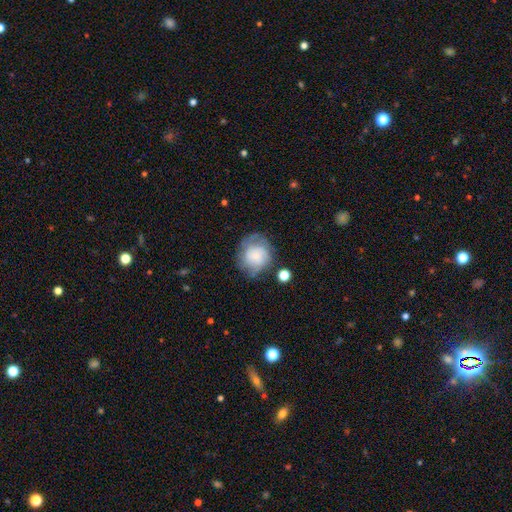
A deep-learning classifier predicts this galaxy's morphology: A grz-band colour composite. It shows a smooth galaxy with no disk features (52%) that is round (80%). Merging: none (58%).